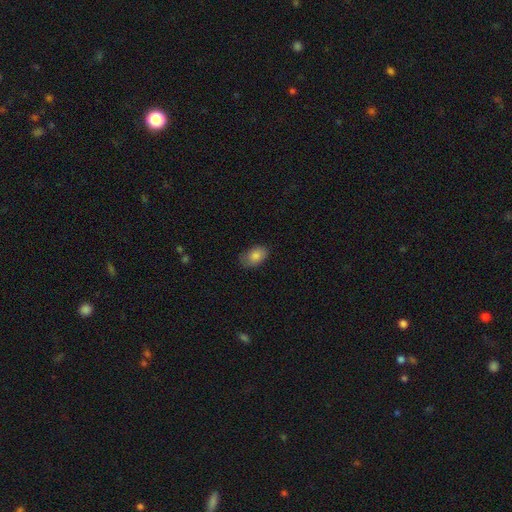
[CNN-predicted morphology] A smooth galaxy with no disk features (82%) that is in between round and cigar-shaped (88%). Merging: none (73%).